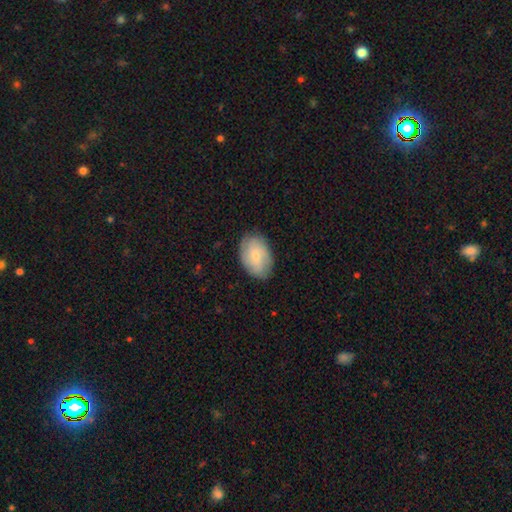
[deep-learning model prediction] Smooth or featured?
  - smooth: 64% *
  - featured or disk: 29%
  - star or artifact: 7%
How rounded?
  - in between: 87% *
  - round: 11%
  - cigar-shaped: 1%
Merging?
  - none: 81% *
  - minor disturbance: 14%
  - major disturbance: 3%
  - merger: 1%